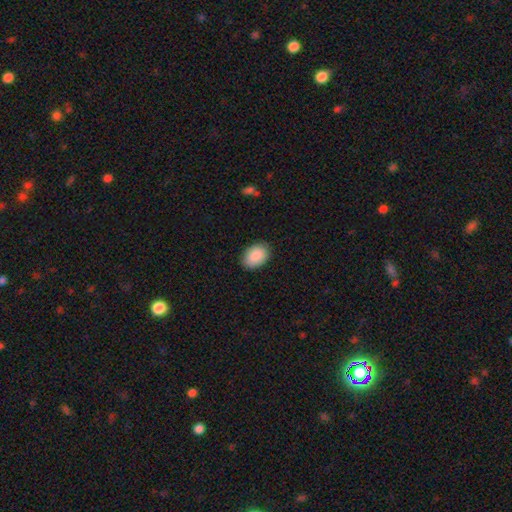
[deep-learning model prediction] Overall: smooth (90%). How rounded: in between (83%). Merging: none (87%).